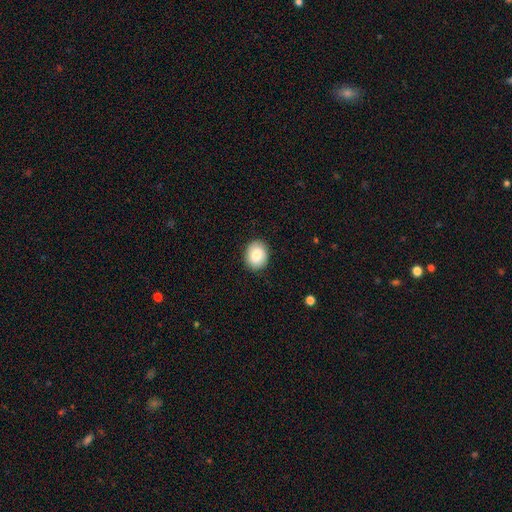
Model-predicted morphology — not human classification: Overall: smooth (85%). How rounded: in between (51%; round 48%). Merging: none (89%).